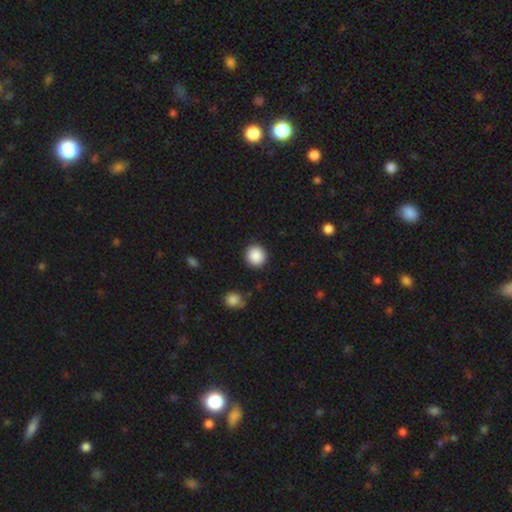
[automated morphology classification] smooth-or-featured: smooth: 89% | star or artifact: 8% | featured or disk: 3%
  how-rounded: round: 93% | in between: 6% | cigar-shaped: 1%
  merging: none: 91% | minor disturbance: 6% | major disturbance: 2% | merger: 1%